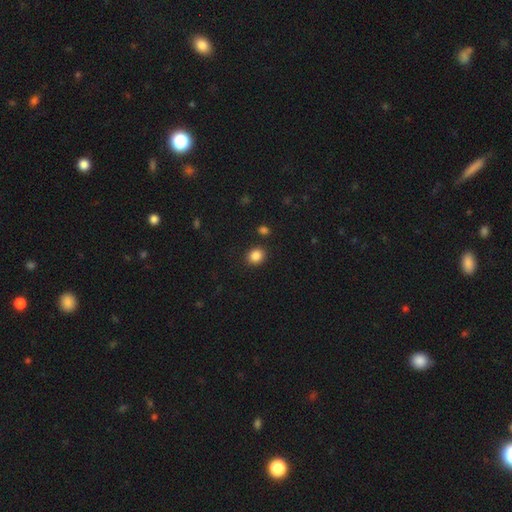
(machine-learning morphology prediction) A smooth galaxy with no disk features (87%) that is round (69%).

Vote fractions:
- Smooth or featured? smooth: 87% / star or artifact: 10% / featured or disk: 4%
- How rounded? round: 69% / in between: 31% / cigar-shaped: 1%
- Merging? none: 88% / minor disturbance: 7% / merger: 3% / major disturbance: 2%